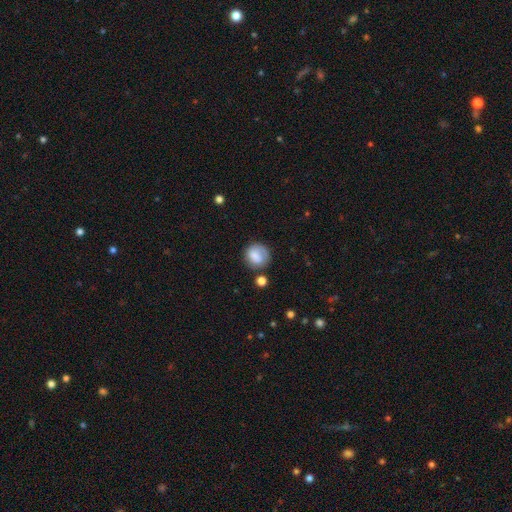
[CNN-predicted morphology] This appears to be a smooth galaxy with no disk features (75%) that is round (79%). Merging: none (62%).